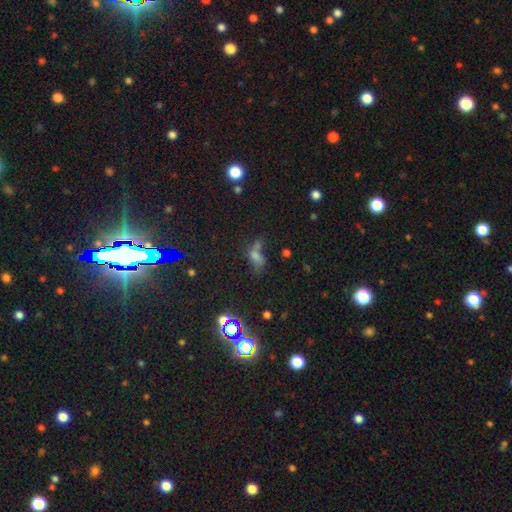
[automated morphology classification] A smooth galaxy with no disk features (51%) that is in between round and cigar-shaped (75%). Merging: none (31%).